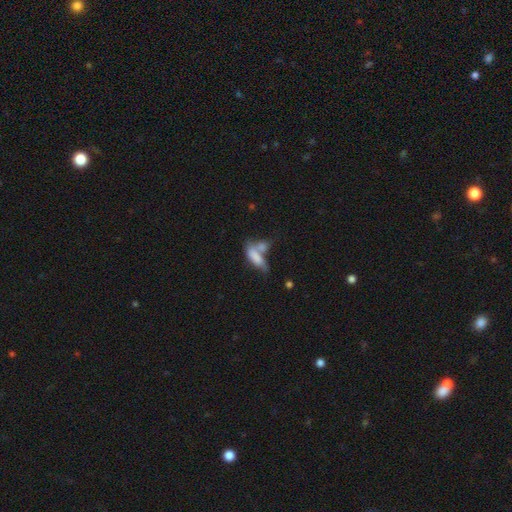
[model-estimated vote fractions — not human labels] smooth 73%, featured or disk 19%, star or artifact 9%. Down the decision tree: how rounded — in between (70%); merging — merger (54%).